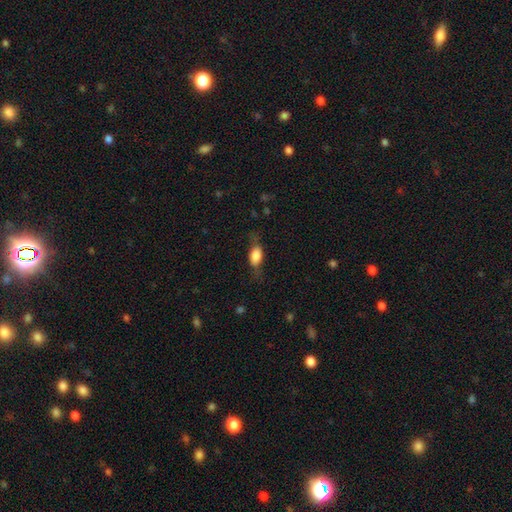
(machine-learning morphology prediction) Overall: smooth (70%). How rounded: in between (80%). Merging: none (61%; minor disturbance 24%).